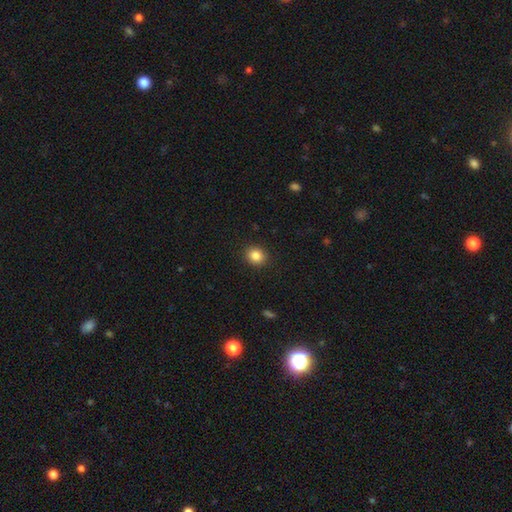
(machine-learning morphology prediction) smooth-or-featured: smooth: 85% | star or artifact: 10% | featured or disk: 5%
  how-rounded: round: 77% | in between: 22% | cigar-shaped: 1%
  merging: none: 91% | minor disturbance: 6% | major disturbance: 2% | merger: 1%